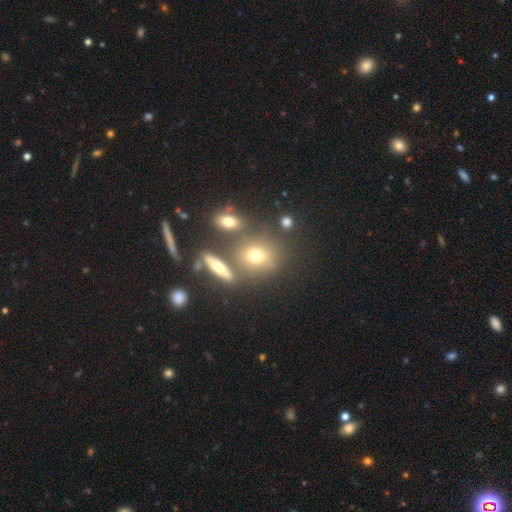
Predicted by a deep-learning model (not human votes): smooth 68%, featured or disk 17%, star or artifact 15%. Down the decision tree: how rounded — round (68%); merging — none (63%).